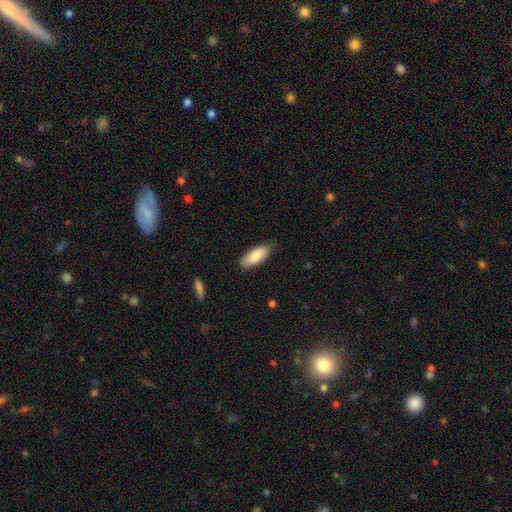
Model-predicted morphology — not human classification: smooth-or-featured: smooth: 82% | featured or disk: 12% | star or artifact: 6%
  how-rounded: in between: 81% | cigar-shaped: 18% | round: 2%
  merging: none: 81% | minor disturbance: 16% | major disturbance: 2% | merger: 1%